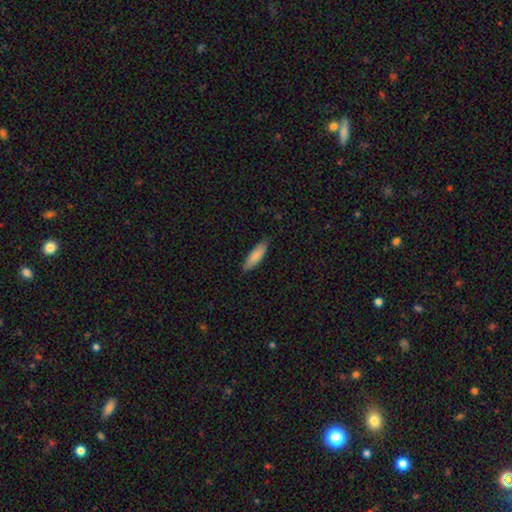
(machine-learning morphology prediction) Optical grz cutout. It shows a smooth galaxy with no disk features (83%) that is cigar-shaped (51%). Merging: none (84%).